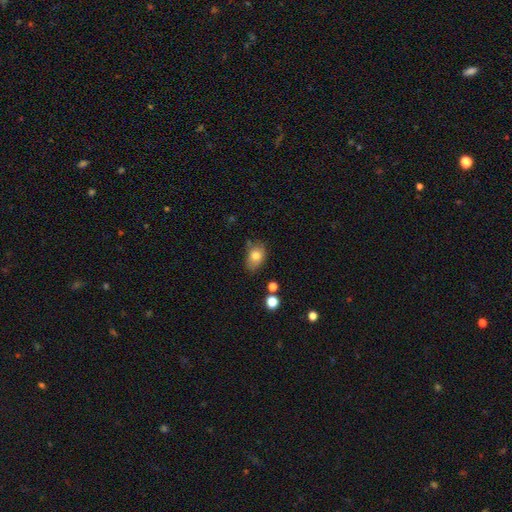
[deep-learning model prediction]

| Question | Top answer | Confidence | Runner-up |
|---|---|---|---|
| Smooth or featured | smooth | 80% | featured or disk (11%) |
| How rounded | in between | 77% | round (22%) |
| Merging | none | 68% | minor disturbance (22%) |